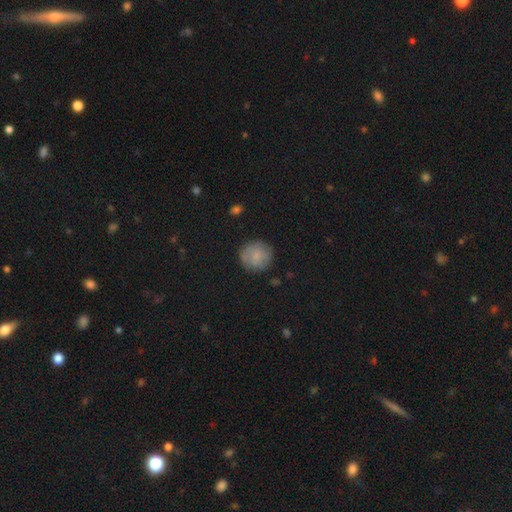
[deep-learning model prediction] A smooth galaxy with no disk features (76%) that is round (92%).

Vote fractions:
- Smooth or featured? smooth: 76% / featured or disk: 16% / star or artifact: 8%
- How rounded? round: 92% / in between: 7% / cigar-shaped: 1%
- Merging? none: 80% / minor disturbance: 14% / major disturbance: 4% / merger: 2%